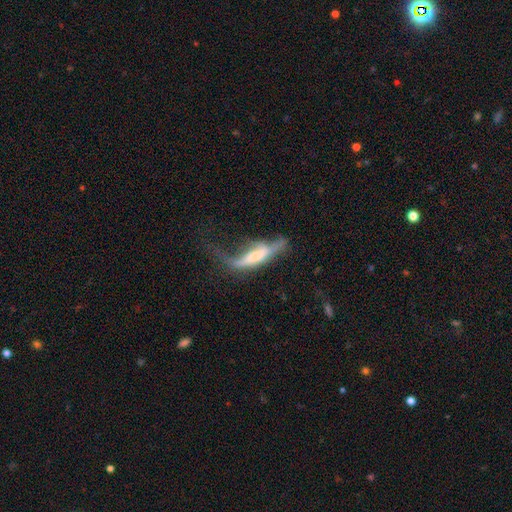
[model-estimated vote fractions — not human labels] Smooth or featured?
  - featured or disk: 51% *
  - smooth: 42%
  - star or artifact: 8%
Edge-on disk?
  - yes: 59% *
  - no: 41%
Merging?
  - major disturbance: 49% *
  - none: 22%
  - minor disturbance: 21%
  - merger: 8%